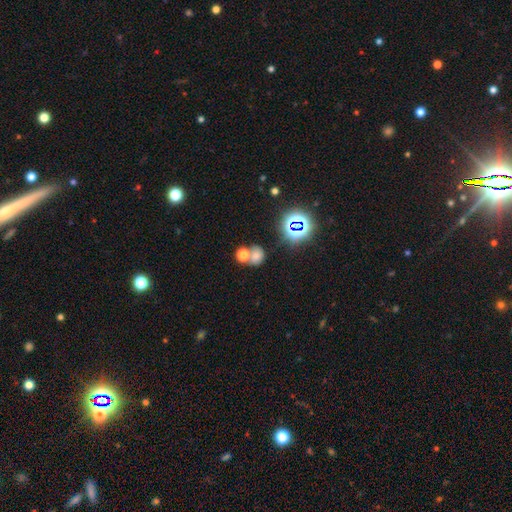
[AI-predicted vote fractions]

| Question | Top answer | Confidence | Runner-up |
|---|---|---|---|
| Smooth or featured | smooth | 64% | star or artifact (24%) |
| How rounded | round | 66% | in between (33%) |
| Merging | merger | 43% | none (41%) |